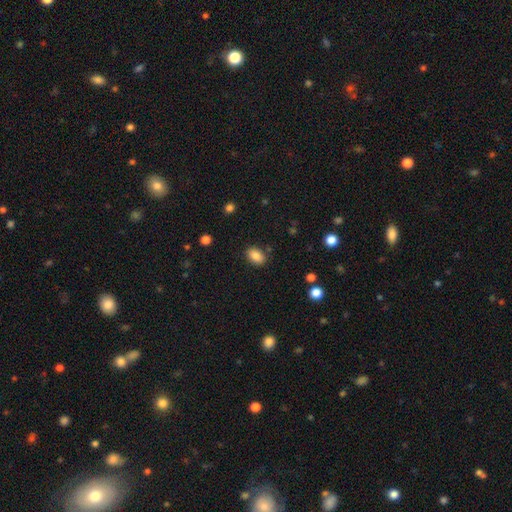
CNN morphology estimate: This appears to be a smooth galaxy with no disk features (86%) that is in between round and cigar-shaped (86%). Merging: none (84%).